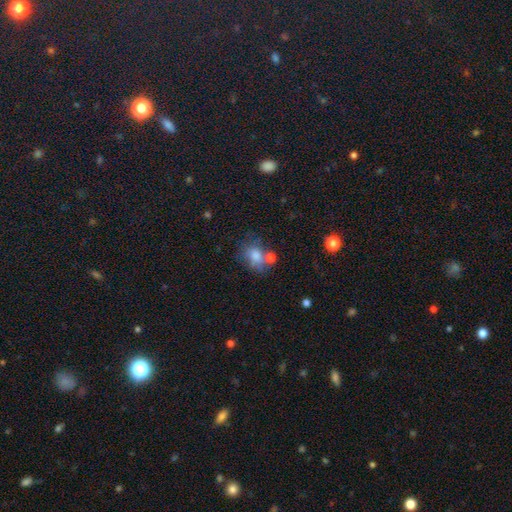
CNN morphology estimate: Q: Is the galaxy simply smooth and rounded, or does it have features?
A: smooth — 72%.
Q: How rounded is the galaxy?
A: in between — 53%.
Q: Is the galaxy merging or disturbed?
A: none — 46%.